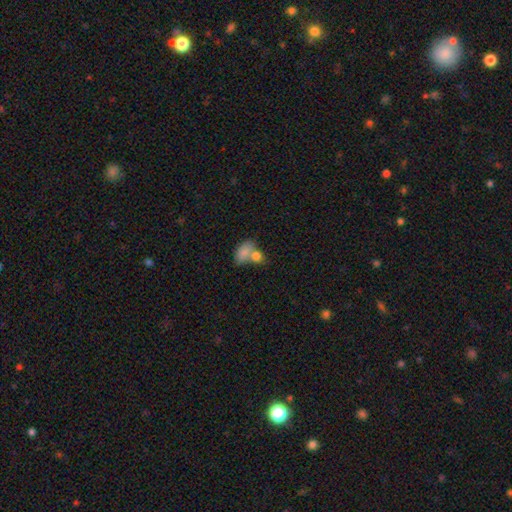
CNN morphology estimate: This is likely a smooth galaxy (79%). How rounded: likely in between (73%). Merging: possibly merger (60%).